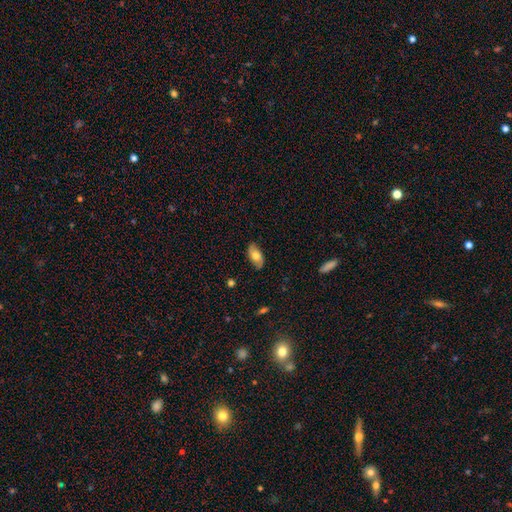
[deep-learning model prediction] A smooth galaxy with no disk features (65%) that is in between round and cigar-shaped (92%).

Vote fractions:
- Smooth or featured? smooth: 65% / featured or disk: 28% / star or artifact: 7%
- How rounded? in between: 92% / cigar-shaped: 5% / round: 4%
- Merging? none: 82% / minor disturbance: 14% / major disturbance: 3% / merger: 1%